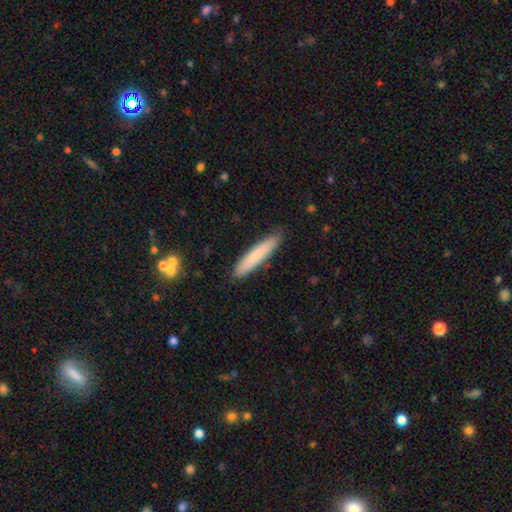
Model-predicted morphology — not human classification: Smooth or featured? Predicted: smooth (p=0.76). How rounded? Predicted: cigar-shaped (p=0.90). Merging? Predicted: none (p=0.86).